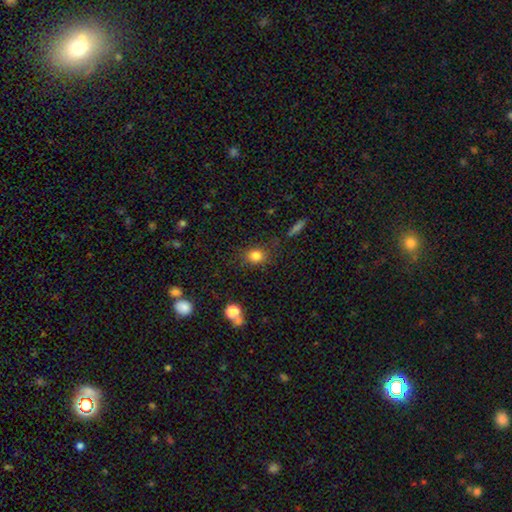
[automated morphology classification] Smooth or featured?
  - smooth: 82% *
  - star or artifact: 13%
  - featured or disk: 6%
How rounded?
  - round: 68% *
  - in between: 30%
  - cigar-shaped: 2%
Merging?
  - none: 78% *
  - minor disturbance: 14%
  - major disturbance: 5%
  - merger: 3%